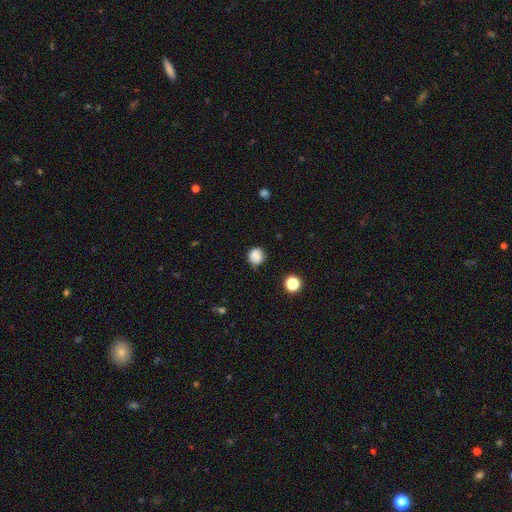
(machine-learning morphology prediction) Smooth or featured? Predicted: smooth (p=0.82). How rounded? Predicted: round (p=0.79). Merging? Predicted: none (p=0.76).